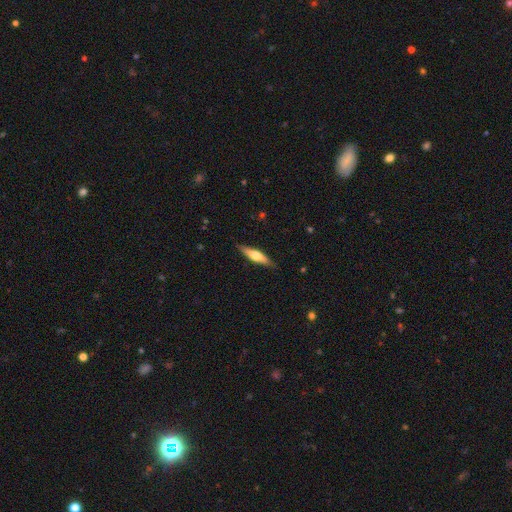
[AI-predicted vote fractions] This appears to be a featured or disk galaxy (49%). Merging: none (86%).